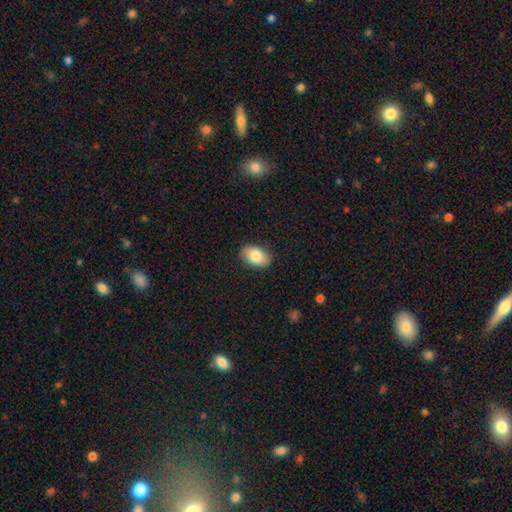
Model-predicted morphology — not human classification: The model was most divided on "smooth or featured": smooth: 84%, featured or disk: 10%, star or artifact: 7%. More confident: how rounded — in between (90%); merging — none (88%).